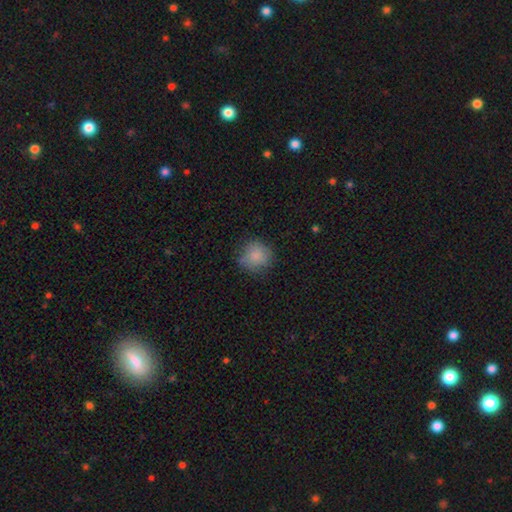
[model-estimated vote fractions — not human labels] smooth-or-featured: smooth: 82% | featured or disk: 9% | star or artifact: 9%
  how-rounded: round: 90% | in between: 9% | cigar-shaped: 1%
  merging: none: 75% | minor disturbance: 18% | major disturbance: 5% | merger: 2%